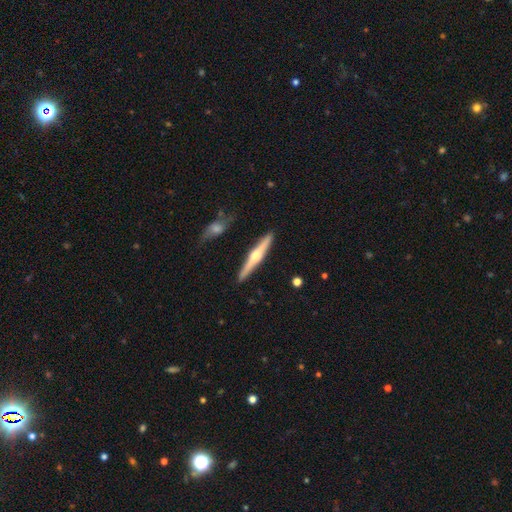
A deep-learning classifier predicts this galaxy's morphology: This appears to be a featured or disk galaxy (69%) viewed edge-on (98%) with a rounded central bulge (93%). Merging: none (88%).